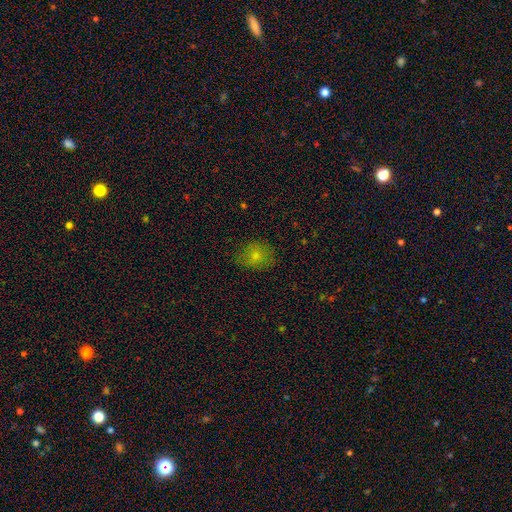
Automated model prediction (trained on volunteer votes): This appears to be a smooth galaxy with no disk features (75%) that is round (59%). Merging: none (70%).